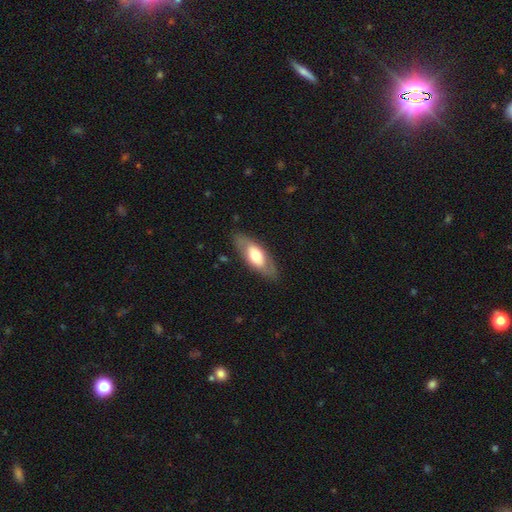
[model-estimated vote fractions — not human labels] Smooth or featured: smooth — 53% (featured or disk — 42%)
How rounded: in between — 79% (cigar-shaped — 18%)
Merging: none — 82% (minor disturbance — 13%)